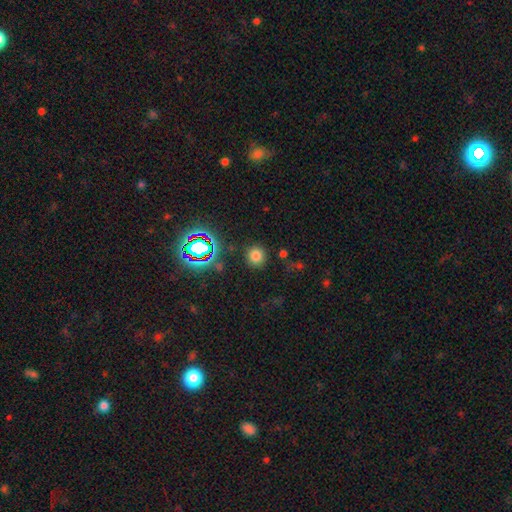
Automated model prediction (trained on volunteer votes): Smooth or featured?
  - smooth: 74% *
  - star or artifact: 19%
  - featured or disk: 6%
How rounded?
  - round: 92% *
  - in between: 7%
  - cigar-shaped: 1%
Merging?
  - none: 87% *
  - minor disturbance: 7%
  - major disturbance: 3%
  - merger: 3%